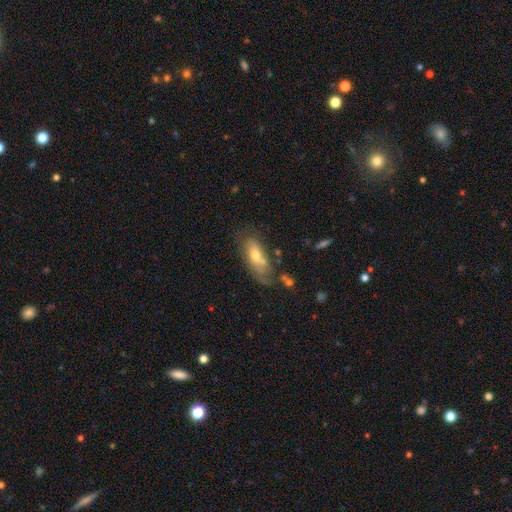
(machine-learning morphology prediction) Smooth or featured? Predicted: smooth (p=0.53). How rounded? Predicted: in between (p=0.75). Merging? Predicted: none (p=0.47).